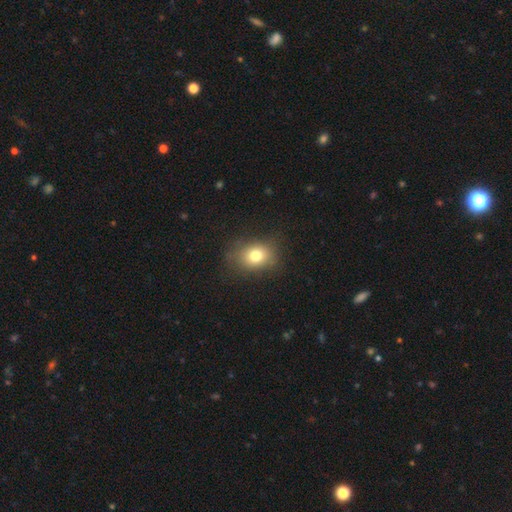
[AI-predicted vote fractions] This is likely a smooth galaxy (76%). How rounded: possibly in between (55%). Merging: likely none (79%).